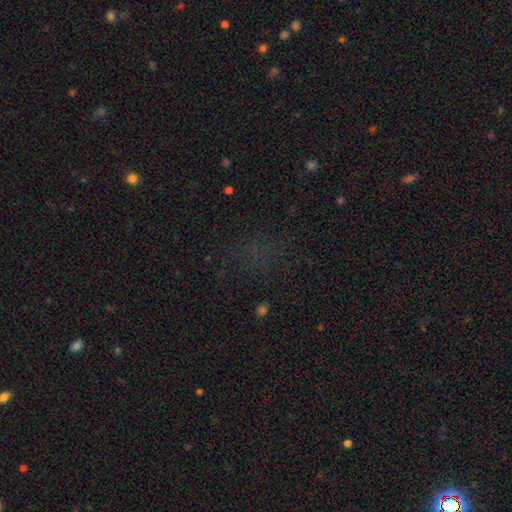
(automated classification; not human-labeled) Smooth or featured?
  - star or artifact: 54% *
  - smooth: 35%
  - featured or disk: 11%